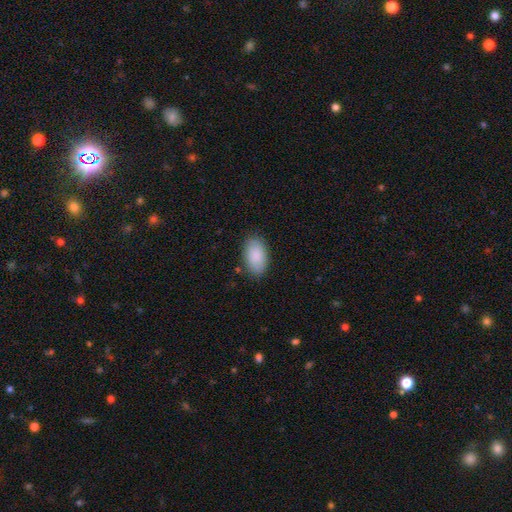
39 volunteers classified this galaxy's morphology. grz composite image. It shows a smooth galaxy with no disk features (95%) that is in between round and cigar-shaped (92%). Merging: none (92%).